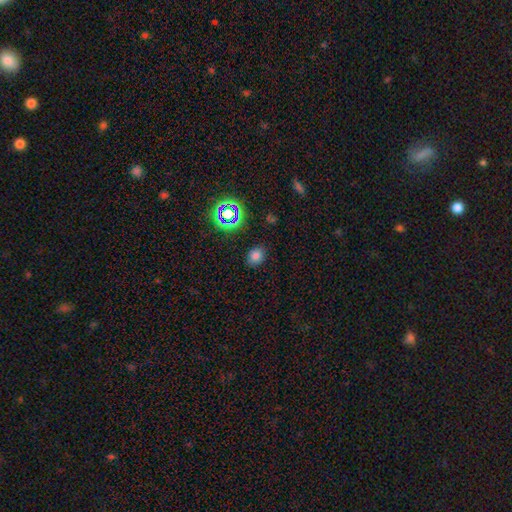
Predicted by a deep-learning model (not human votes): Morphology: type=smooth (73%); roundness=round (52%); merging=none (85%).